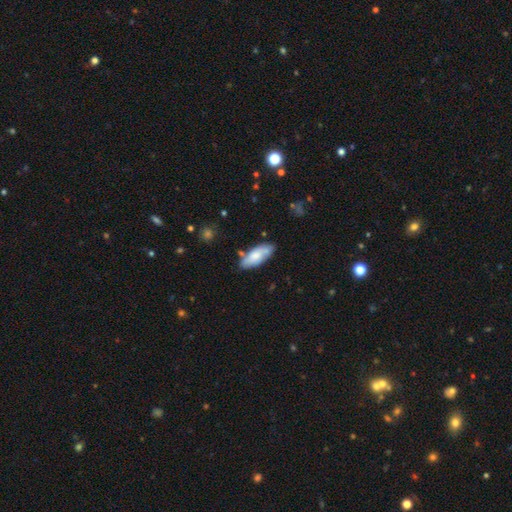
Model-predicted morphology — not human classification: A smooth galaxy with no disk features (68%) that is in between round and cigar-shaped (79%).

Vote fractions:
- Smooth or featured? smooth: 68% / featured or disk: 26% / star or artifact: 6%
- How rounded? in between: 79% / cigar-shaped: 19% / round: 2%
- Merging? none: 73% / minor disturbance: 19% / merger: 5% / major disturbance: 4%